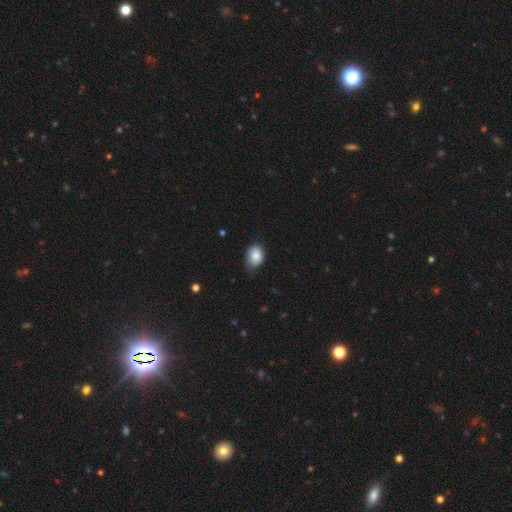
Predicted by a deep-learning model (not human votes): smooth_or_featured: smooth (p=0.85) [alt: star or artifact p=0.08]
how_rounded: in between (p=0.69) [alt: round p=0.30]
merging: none (p=0.59) [alt: minor disturbance p=0.34]